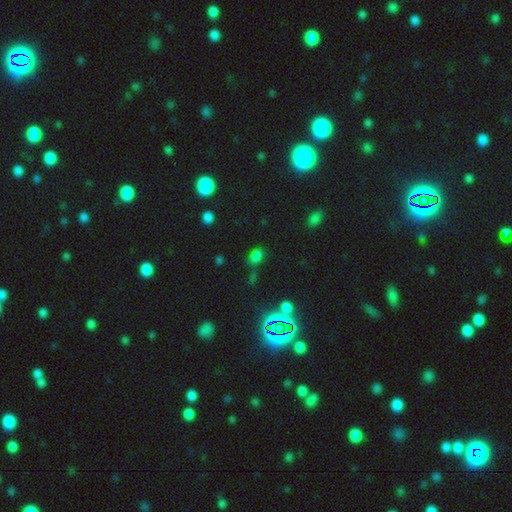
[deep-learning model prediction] Overall: smooth (53%; star or artifact 38%). How rounded: in between (76%). Merging: none (56%; minor disturbance 21%).